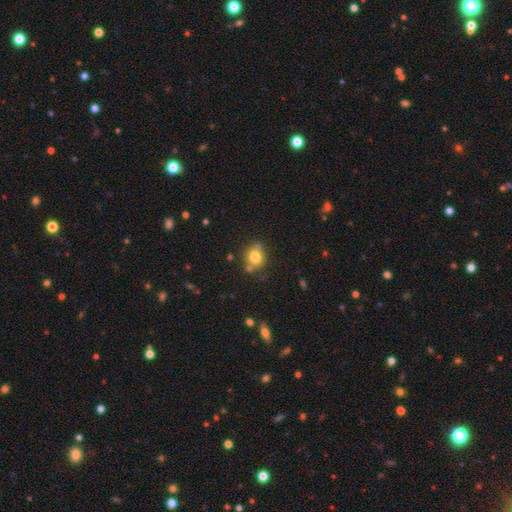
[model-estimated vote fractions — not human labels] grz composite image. It shows a smooth galaxy with no disk features (78%) that is round (71%). Merging: none (62%).